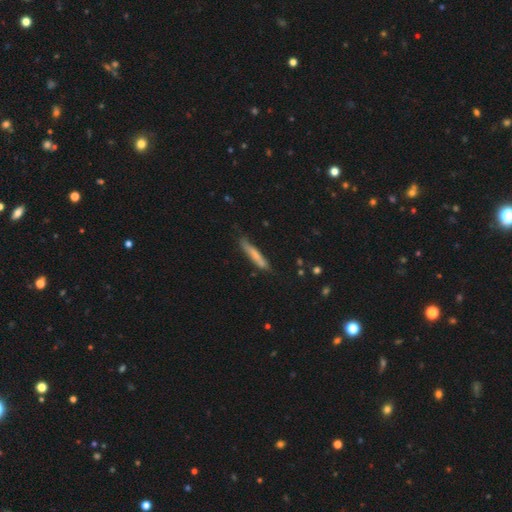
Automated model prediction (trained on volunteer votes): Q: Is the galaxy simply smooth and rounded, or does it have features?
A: smooth — 68%.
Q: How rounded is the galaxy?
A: cigar-shaped — 93%.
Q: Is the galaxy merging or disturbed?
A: none — 73%.